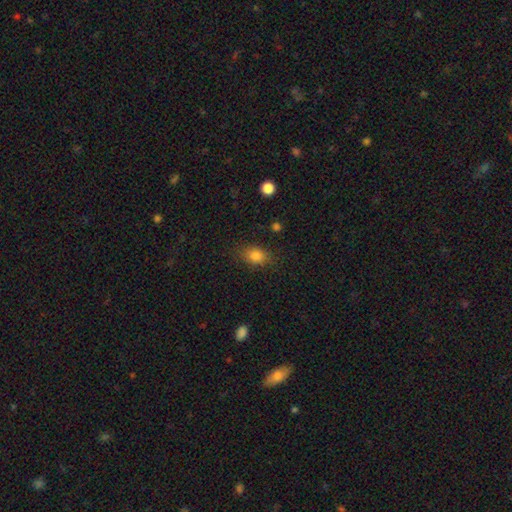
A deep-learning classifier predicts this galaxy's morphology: Q: Smooth or featured?
A: smooth (83%); runner-up: star or artifact (11%)
Q: How rounded?
A: in between (71%); runner-up: round (27%)
Q: Merging?
A: none (80%); runner-up: minor disturbance (14%)